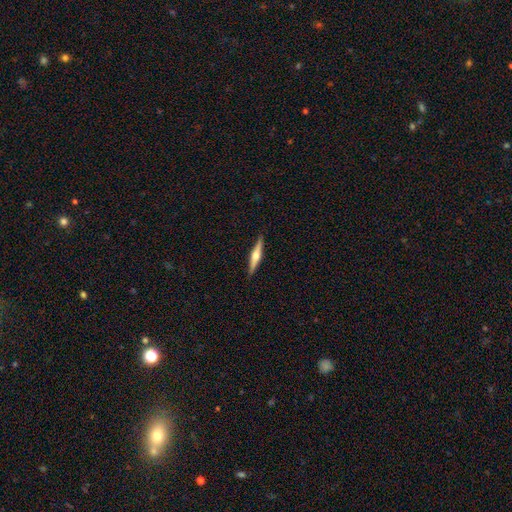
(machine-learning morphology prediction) type=featured or disk (69%); edge-on=yes (98%); edge-on bulge=rounded (93%); merging=none (91%).